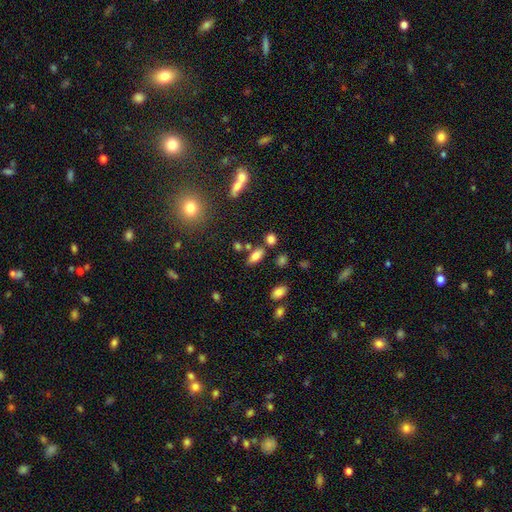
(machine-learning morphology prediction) A smooth galaxy with no disk features (79%) that is in between round and cigar-shaped (86%). Merging: none (71%).